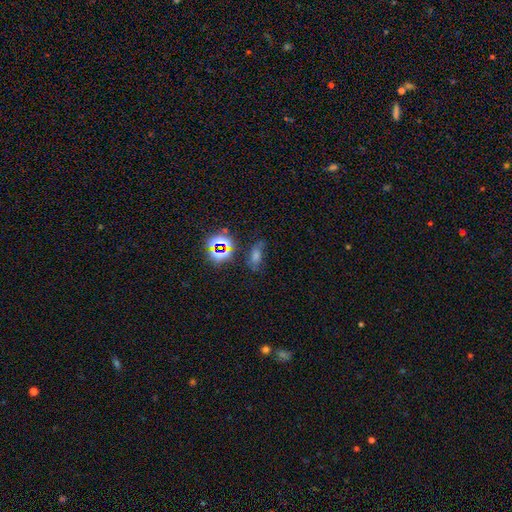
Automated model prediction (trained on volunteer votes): This appears to be a star or artifact, not a galaxy (48%).